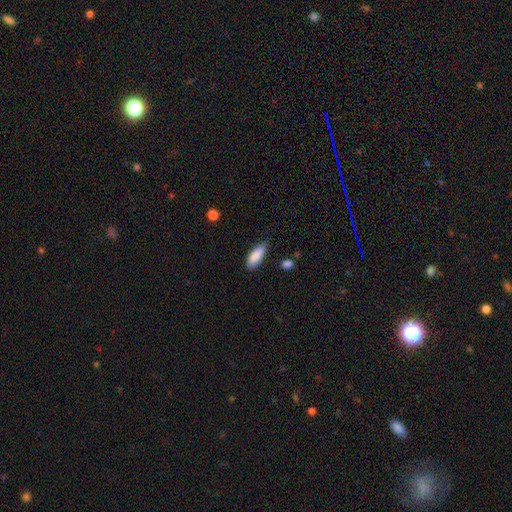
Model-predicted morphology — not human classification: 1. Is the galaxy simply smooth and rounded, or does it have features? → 87% smooth, 6% star or artifact, 6% featured or disk.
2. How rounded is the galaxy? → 72% in between, 26% cigar-shaped, 2% round.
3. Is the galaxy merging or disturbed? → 72% none, 23% minor disturbance, 3% major disturbance, 2% merger.